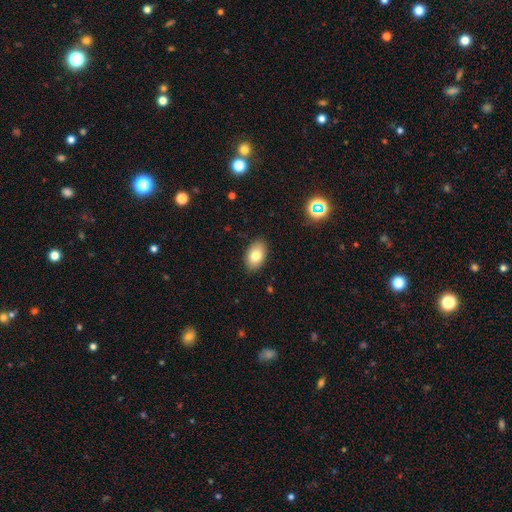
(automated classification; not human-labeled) Smooth or featured? smooth (79%)
How rounded? in between (91%)
Merging? none (87%)